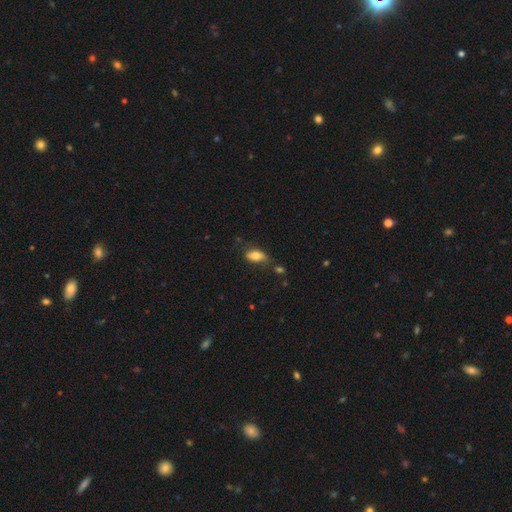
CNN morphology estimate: The model was most divided on "merging": none: 54%, minor disturbance: 29%, major disturbance: 10%, merger: 7%. More confident: how rounded — in between (87%); smooth or featured — smooth (76%).